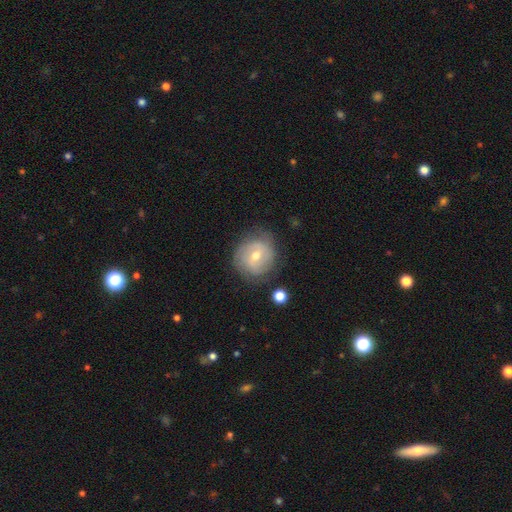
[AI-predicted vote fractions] A featured or disk galaxy (61%) with no bar (52%), spiral arms (79%) and a moderate central bulge (60%).

Vote fractions:
- Smooth or featured? featured or disk: 61% / smooth: 31% / star or artifact: 8%
- Edge-on disk? no: 97% / yes: 3%
- Bar? no: 52% / weak: 38% / strong: 10%
- Spiral arms? yes: 79% / no: 21%
- Bulge size? moderate: 60% / small: 36% / large: 2% / none: 1% / dominant: 1%
- Merging? none: 75% / minor disturbance: 17% / major disturbance: 6% / merger: 2%